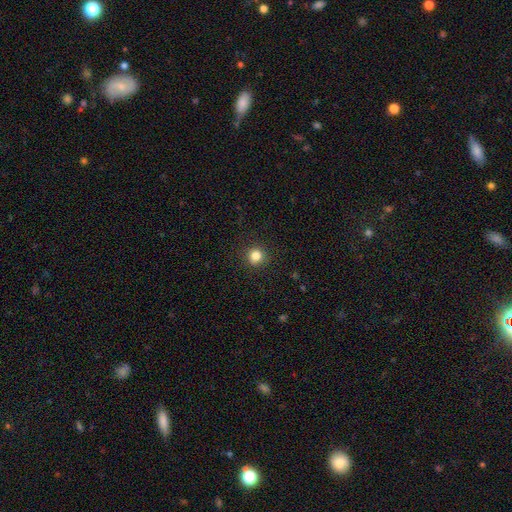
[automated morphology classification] The model was most divided on "smooth or featured": smooth: 84%, star or artifact: 12%, featured or disk: 5%. More confident: how rounded — round (92%); merging — none (91%).